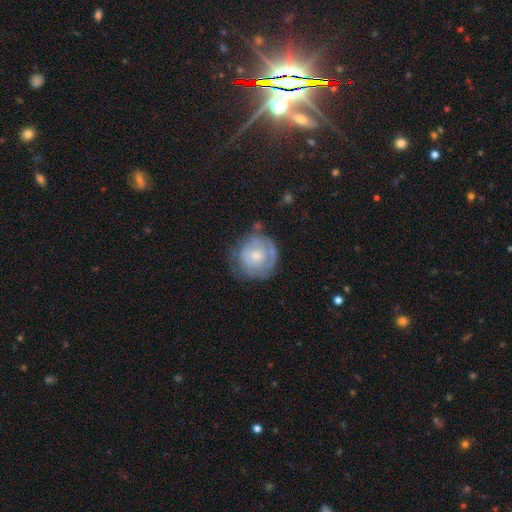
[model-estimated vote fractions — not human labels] This appears to be a featured or disk galaxy (54%) with no bar (80%), spiral arms (60%) and a small central bulge (50%). Merging: none (62%).